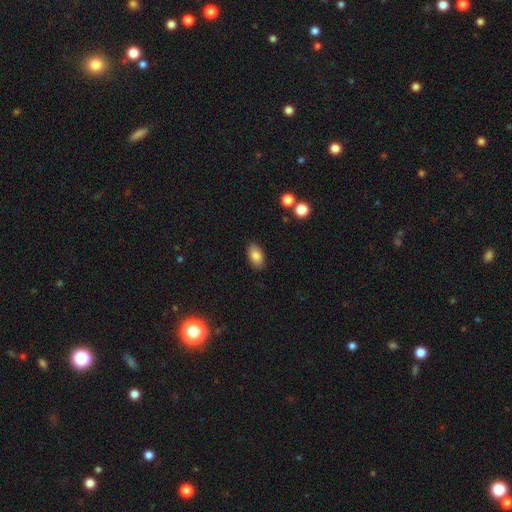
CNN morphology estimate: Smooth or featured?
  - smooth: 85% *
  - star or artifact: 8%
  - featured or disk: 8%
How rounded?
  - in between: 92% *
  - round: 5%
  - cigar-shaped: 3%
Merging?
  - none: 87% *
  - minor disturbance: 9%
  - major disturbance: 2%
  - merger: 1%